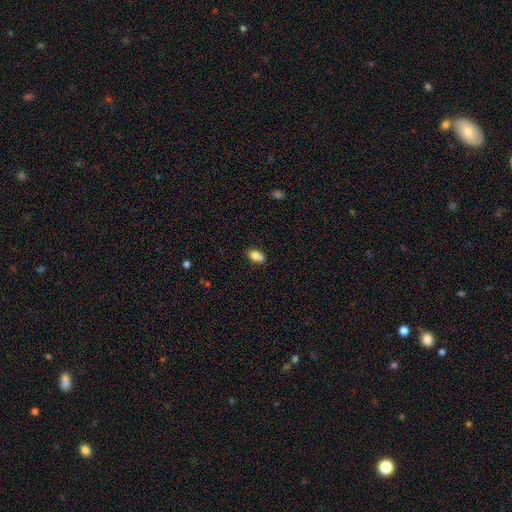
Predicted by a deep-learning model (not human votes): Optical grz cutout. It shows a smooth galaxy with no disk features (80%) that is in between round and cigar-shaped (84%). Merging: none (57%).